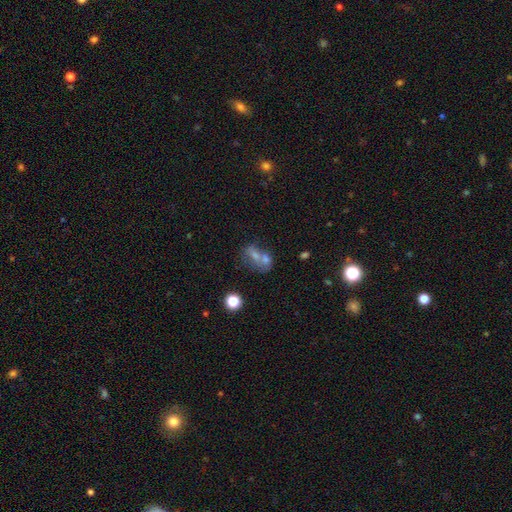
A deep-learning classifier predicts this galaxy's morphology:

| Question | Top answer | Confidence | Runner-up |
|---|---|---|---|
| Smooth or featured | smooth | 50% | featured or disk (29%) |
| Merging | merger | 53% | none (31%) |